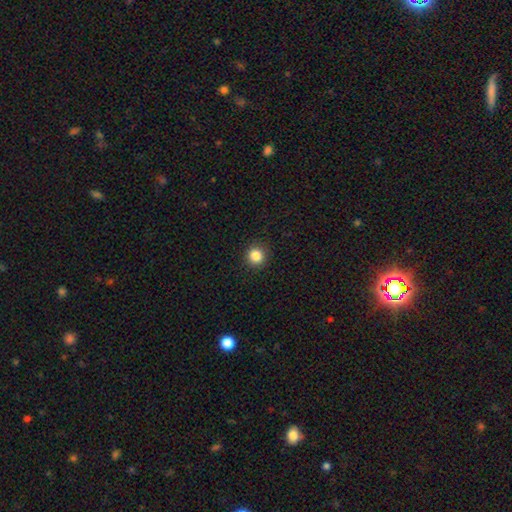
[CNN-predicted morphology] smooth 85%, star or artifact 11%, featured or disk 4%. Down the decision tree: how rounded — round (93%); merging — none (91%).